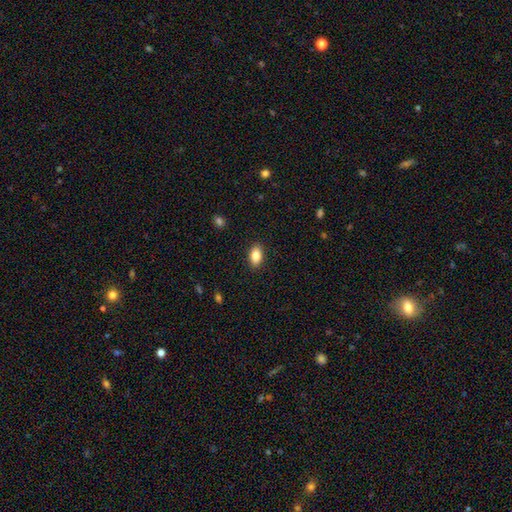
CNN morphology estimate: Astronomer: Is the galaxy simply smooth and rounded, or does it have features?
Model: smooth — 85%.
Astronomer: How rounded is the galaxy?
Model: in between — 91%.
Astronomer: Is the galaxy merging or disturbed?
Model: none — 90%.